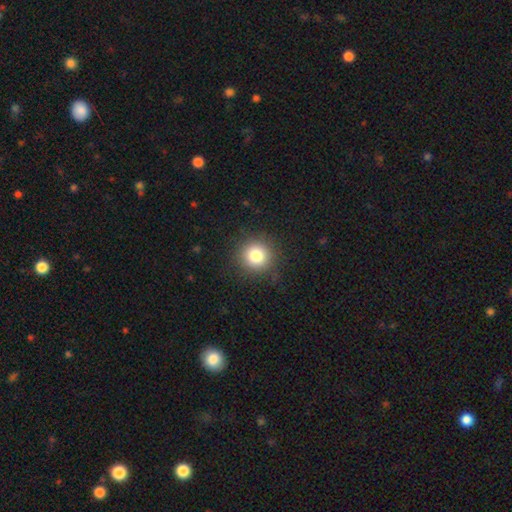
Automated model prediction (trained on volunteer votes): smooth-or-featured: smooth: 82% | star or artifact: 11% | featured or disk: 7%
  how-rounded: round: 94% | in between: 5% | cigar-shaped: 1%
  merging: none: 90% | minor disturbance: 7% | major disturbance: 2% | merger: 1%